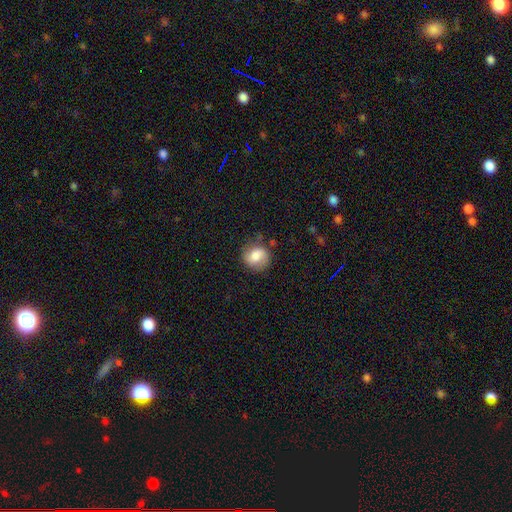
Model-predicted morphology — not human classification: Q: Smooth or featured?
A: smooth (66%); runner-up: featured or disk (26%)
Q: How rounded?
A: round (78%); runner-up: in between (21%)
Q: Merging?
A: none (72%); runner-up: minor disturbance (20%)